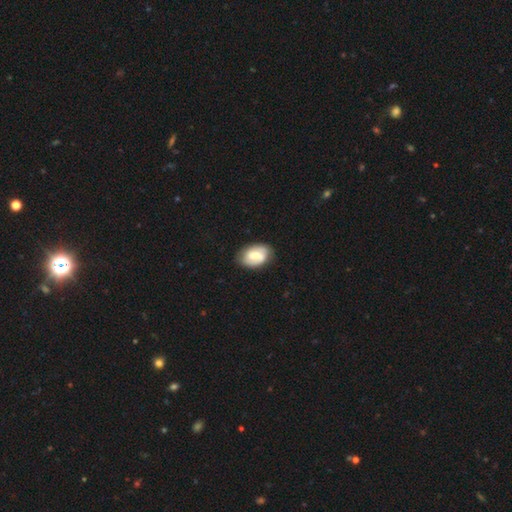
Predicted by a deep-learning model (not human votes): Smooth or featured? smooth (52%)
How rounded? in between (86%)
Merging? none (79%)